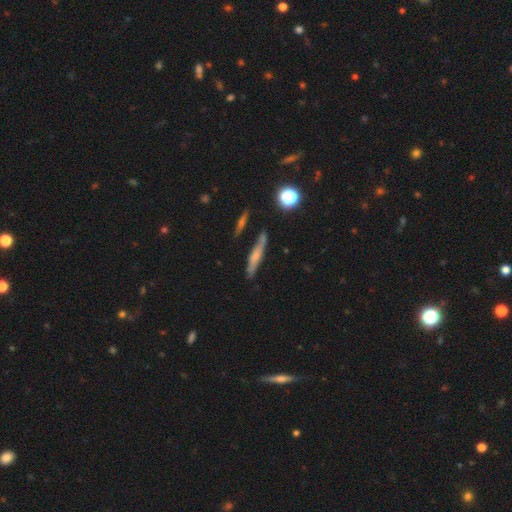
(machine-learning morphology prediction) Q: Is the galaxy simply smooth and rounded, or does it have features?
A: smooth — 50%.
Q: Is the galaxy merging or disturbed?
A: none — 75%.